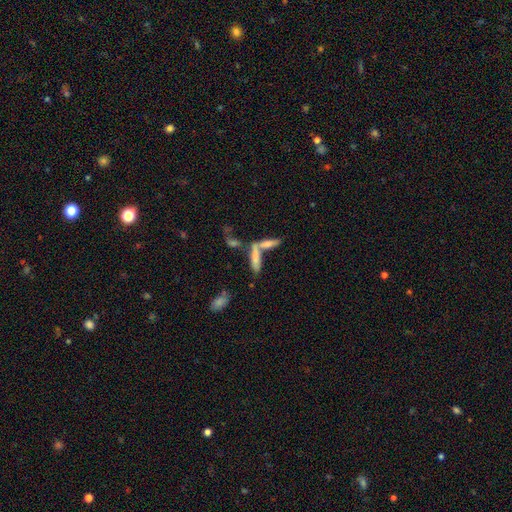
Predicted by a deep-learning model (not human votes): Smooth or featured? smooth (63%)
How rounded? cigar-shaped (66%)
Merging? merger (50%)